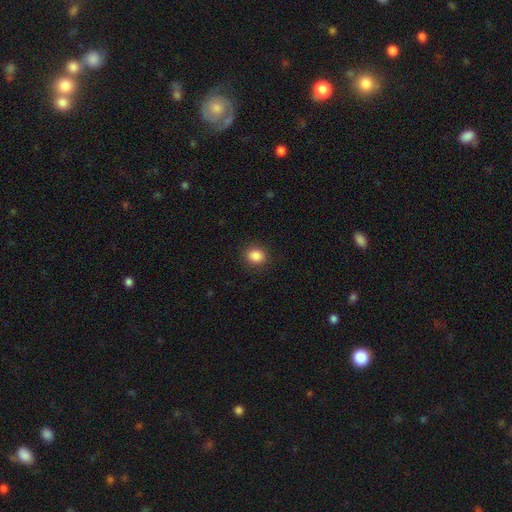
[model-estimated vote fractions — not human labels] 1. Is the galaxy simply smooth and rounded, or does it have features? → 87% smooth, 10% star or artifact, 3% featured or disk.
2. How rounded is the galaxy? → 67% round, 32% in between, 1% cigar-shaped.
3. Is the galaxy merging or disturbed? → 89% none, 7% minor disturbance, 3% major disturbance, 1% merger.